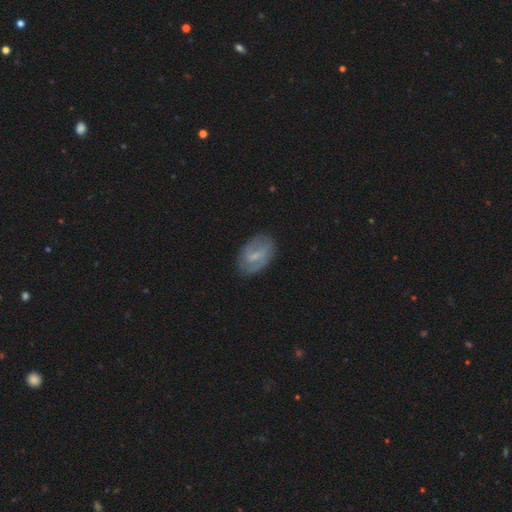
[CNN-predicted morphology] Smooth or featured? Predicted: featured or disk (p=0.60). Edge-on disk? Predicted: no (p=0.95). Bar? Predicted: weak (p=0.54). Spiral arms? Predicted: yes (p=0.73). Bulge size? Predicted: small (p=0.41). Merging? Predicted: none (p=0.76).